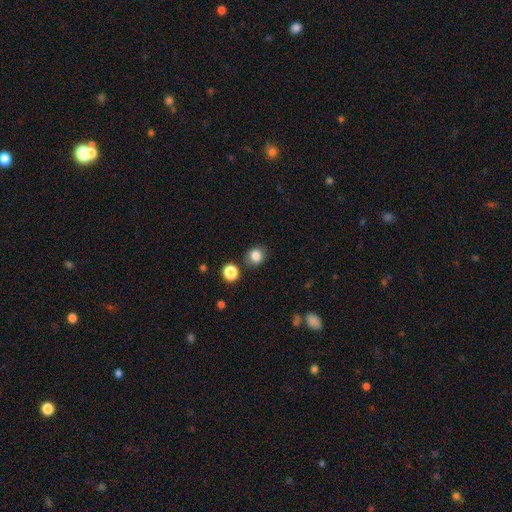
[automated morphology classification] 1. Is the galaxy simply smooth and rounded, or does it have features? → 84% smooth, 11% star or artifact, 5% featured or disk.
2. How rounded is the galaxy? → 76% round, 23% in between, 1% cigar-shaped.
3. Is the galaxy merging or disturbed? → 80% none, 11% minor disturbance, 5% merger, 3% major disturbance.